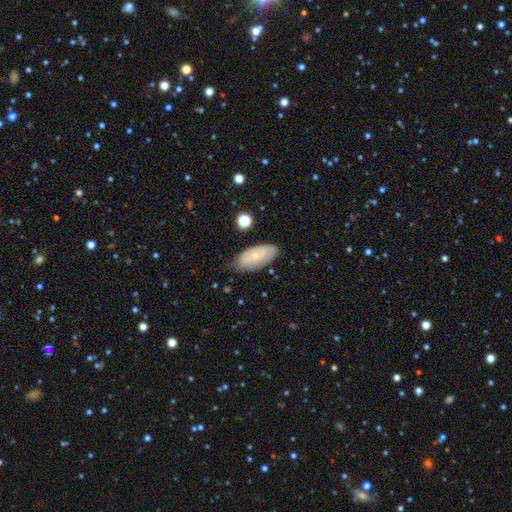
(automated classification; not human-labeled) Overall: smooth (58%; featured or disk 35%). How rounded: in between (91%). Merging: none (73%).